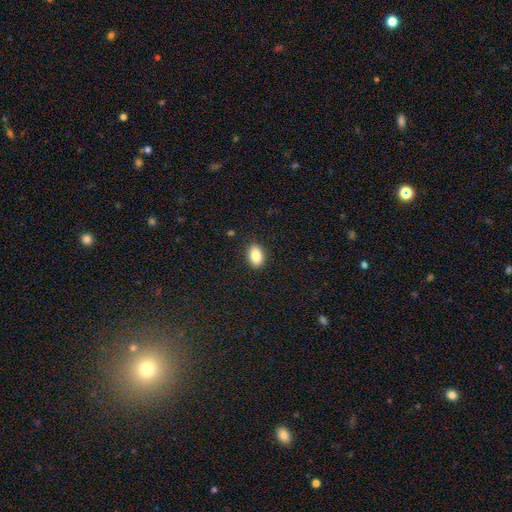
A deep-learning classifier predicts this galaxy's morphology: Overall: smooth (86%). How rounded: in between (88%). Merging: none (89%).